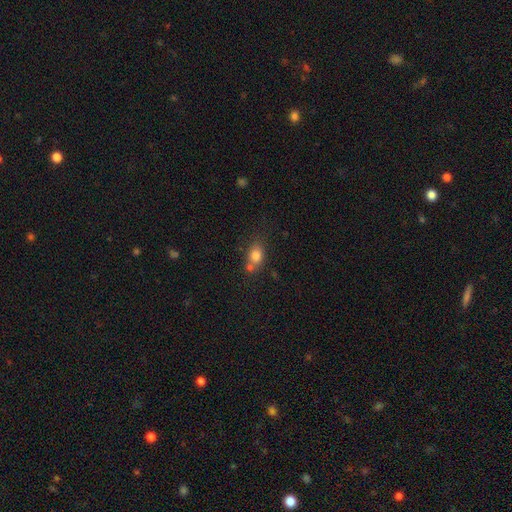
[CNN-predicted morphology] Overall: smooth (79%). How rounded: in between (59%; round 39%). Merging: none (50%; merger 30%).